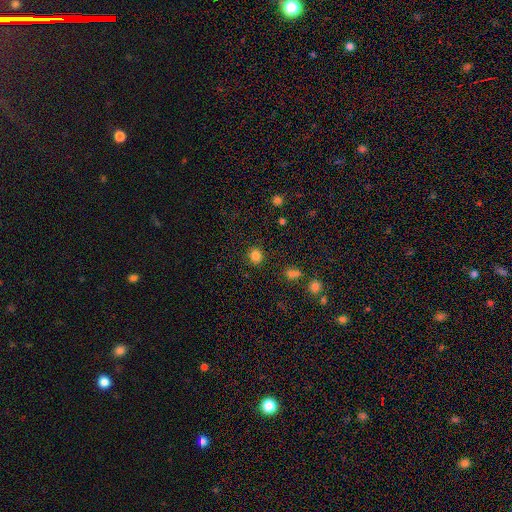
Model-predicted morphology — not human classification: Overall: smooth (83%). How rounded: round (78%). Merging: none (88%).